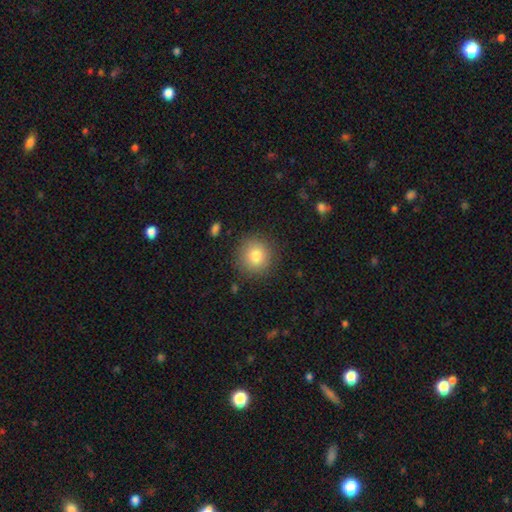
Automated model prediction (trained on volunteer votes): smooth_or_featured: smooth (p=0.81) [alt: star or artifact p=0.10]
how_rounded: round (p=0.92) [alt: in between p=0.07]
merging: none (p=0.88) [alt: minor disturbance p=0.08]